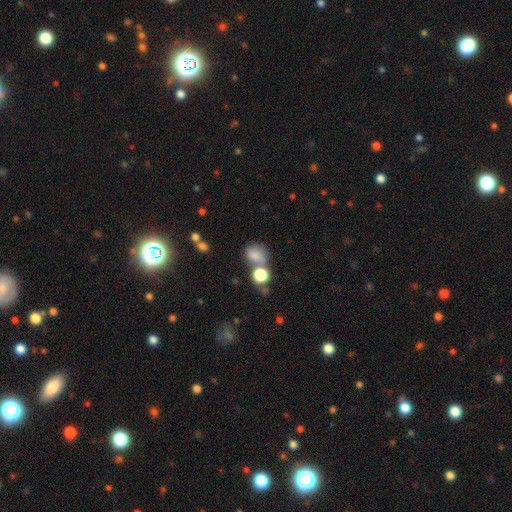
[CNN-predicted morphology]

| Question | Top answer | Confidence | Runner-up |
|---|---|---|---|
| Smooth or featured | smooth | 76% | star or artifact (13%) |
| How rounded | in between | 51% | round (48%) |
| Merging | none | 42% | merger (32%) |